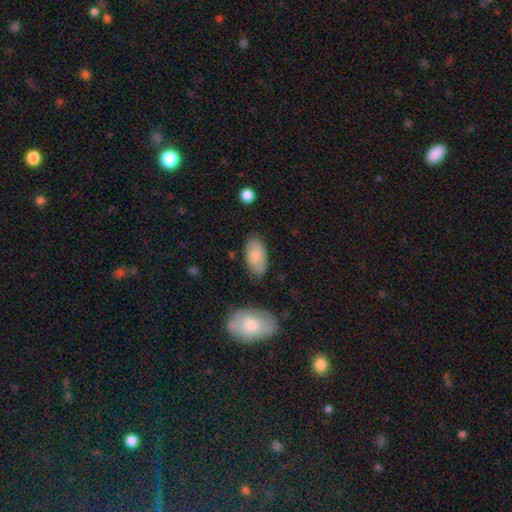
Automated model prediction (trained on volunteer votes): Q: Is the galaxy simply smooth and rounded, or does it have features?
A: smooth — 79%.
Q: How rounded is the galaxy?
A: in between — 93%.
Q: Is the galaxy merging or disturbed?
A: none — 77%.